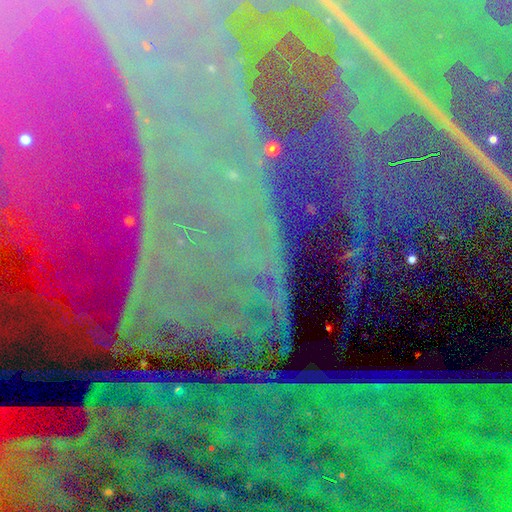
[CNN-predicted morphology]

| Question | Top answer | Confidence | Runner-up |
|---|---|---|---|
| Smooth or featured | star or artifact | 88% | featured or disk (6%) |